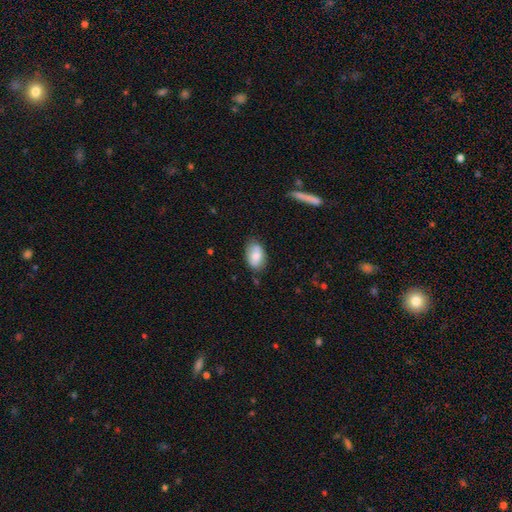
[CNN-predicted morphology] Smooth or featured? Predicted: smooth (p=0.79). How rounded? Predicted: in between (p=0.90). Merging? Predicted: none (p=0.70).